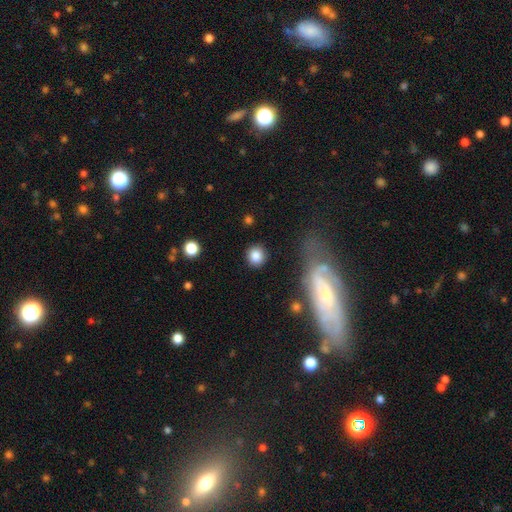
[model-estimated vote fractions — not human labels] smooth-or-featured: smooth: 84% | star or artifact: 9% | featured or disk: 7%
  how-rounded: round: 89% | in between: 10% | cigar-shaped: 1%
  merging: none: 87% | minor disturbance: 7% | major disturbance: 3% | merger: 2%